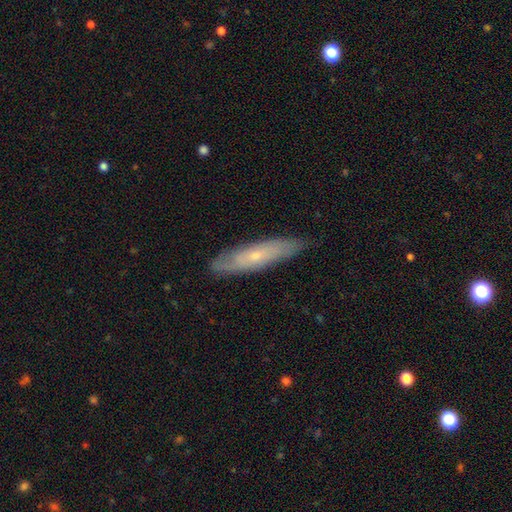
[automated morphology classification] This is possibly a featured or disk galaxy (49%). Merging: clearly none (83%).